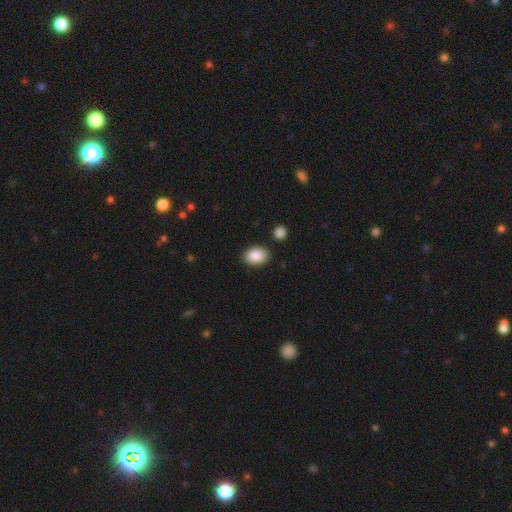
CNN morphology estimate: This is clearly a smooth galaxy (88%). How rounded: clearly in between (81%). Merging: clearly none (85%).